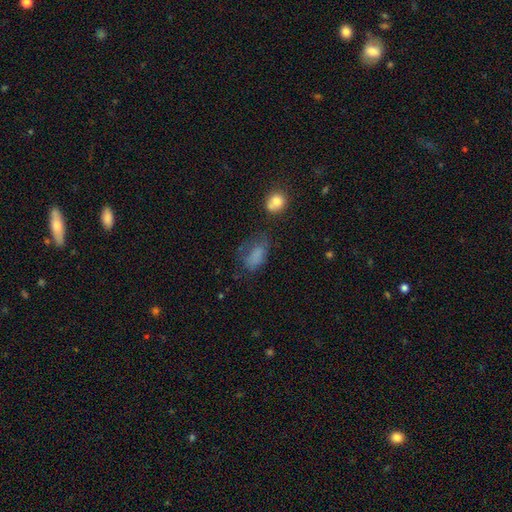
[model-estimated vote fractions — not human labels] Q: Smooth or featured?
A: smooth (72%); runner-up: featured or disk (15%)
Q: How rounded?
A: in between (86%); runner-up: round (11%)
Q: Merging?
A: none (40%); runner-up: minor disturbance (28%)